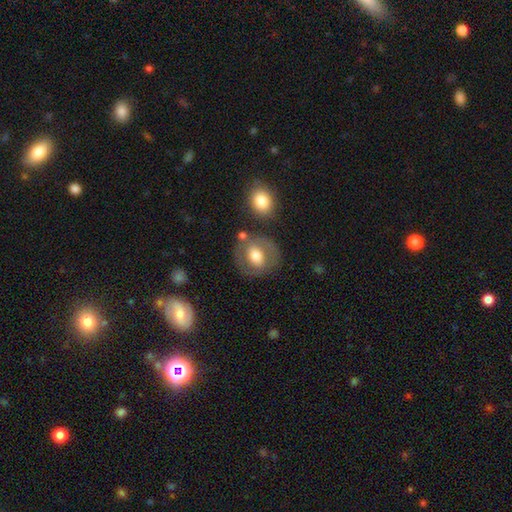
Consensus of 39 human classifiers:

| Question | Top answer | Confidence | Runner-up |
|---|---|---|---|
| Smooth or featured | smooth | 72% | featured or disk (28%) |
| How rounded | round | 61% | in between (39%) |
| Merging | none | 69% | merger (15%) |